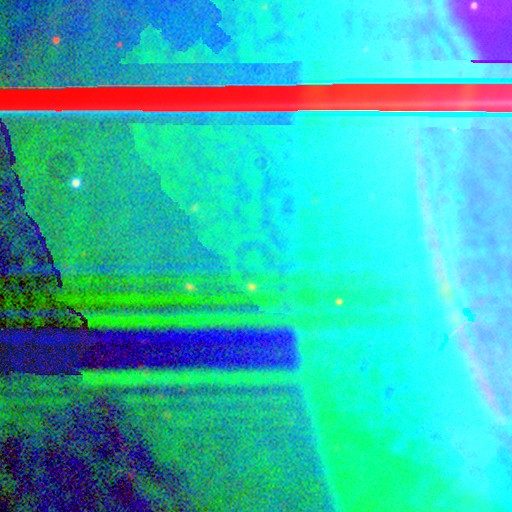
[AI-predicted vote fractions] Smooth or featured: star or artifact — 88% (featured or disk — 6%)